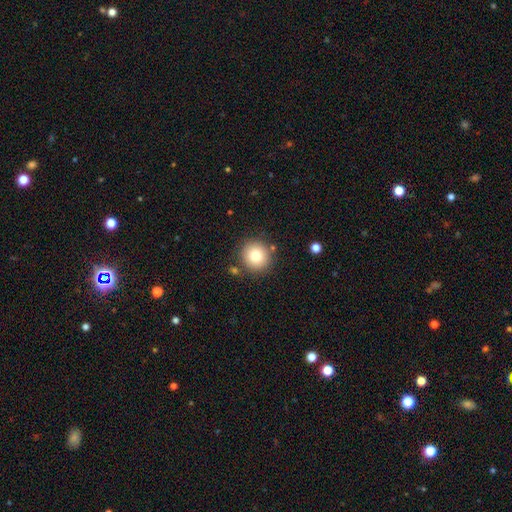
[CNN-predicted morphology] Smooth or featured? Predicted: smooth (p=0.80). How rounded? Predicted: round (p=0.92). Merging? Predicted: none (p=0.85).